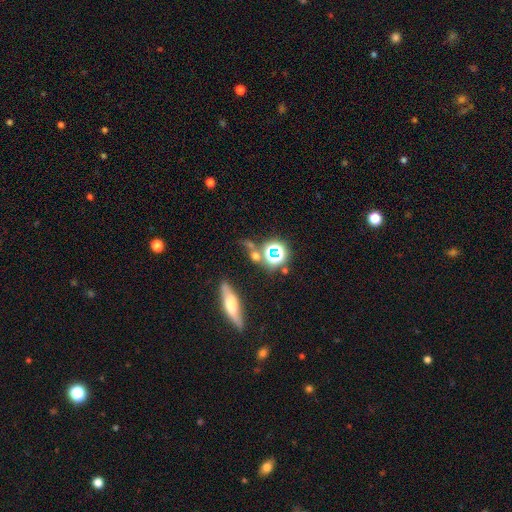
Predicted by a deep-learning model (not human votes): Smooth or featured?
  - smooth: 44% *
  - star or artifact: 41%
  - featured or disk: 15%
Merging?
  - none: 62% *
  - merger: 18%
  - minor disturbance: 12%
  - major disturbance: 7%